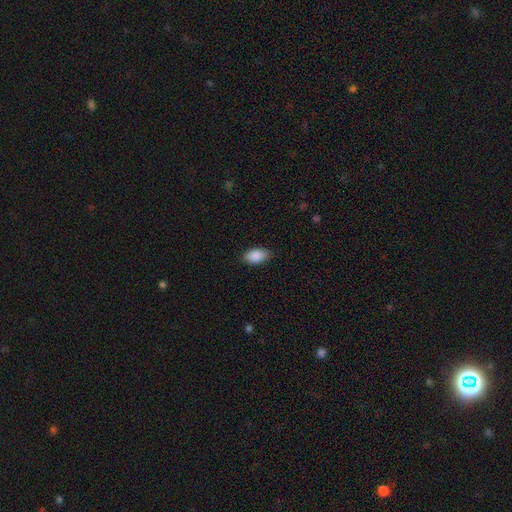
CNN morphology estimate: smooth-or-featured: smooth: 89% | star or artifact: 7% | featured or disk: 4%
  how-rounded: in between: 93% | round: 5% | cigar-shaped: 2%
  merging: none: 84% | minor disturbance: 13% | major disturbance: 2% | merger: 1%